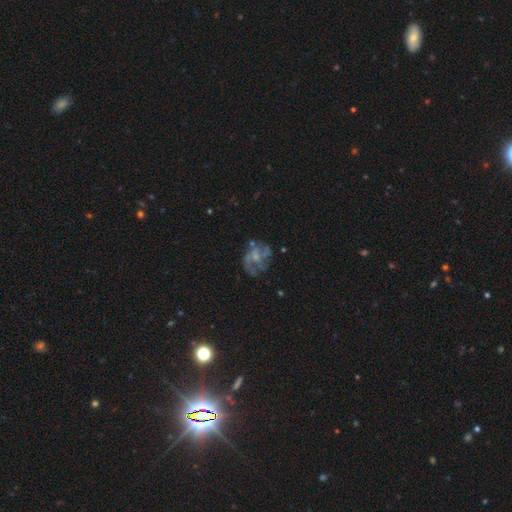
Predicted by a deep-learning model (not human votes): Smooth or featured? Predicted: featured or disk (p=0.71). Edge-on disk? Predicted: no (p=0.98). Bar? Predicted: no (p=0.61). Spiral arms? Predicted: yes (p=0.70). Bulge size? Predicted: small (p=0.45). Merging? Predicted: none (p=0.51).